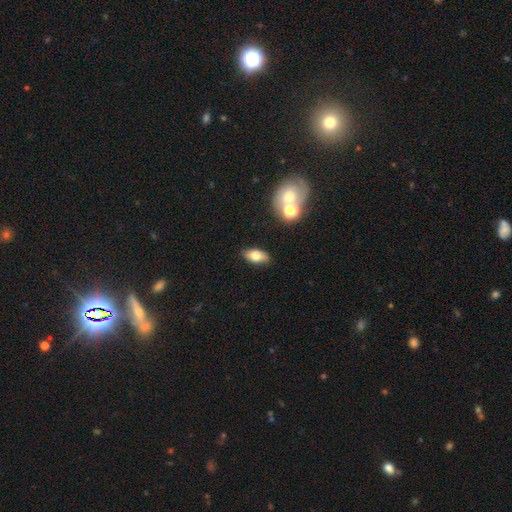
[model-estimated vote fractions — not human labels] Overall: smooth (72%). How rounded: in between (86%). Merging: none (87%).